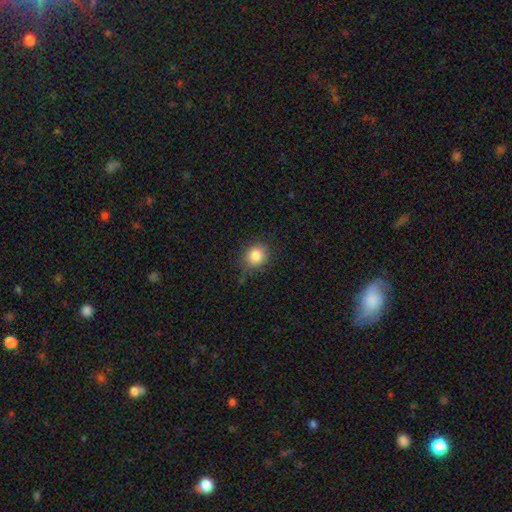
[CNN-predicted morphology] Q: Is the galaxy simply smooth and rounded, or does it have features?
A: smooth — 85%.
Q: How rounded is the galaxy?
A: round — 78%.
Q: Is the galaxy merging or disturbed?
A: none — 82%.